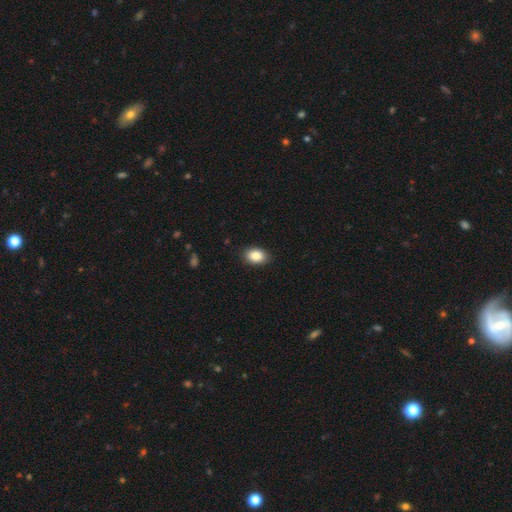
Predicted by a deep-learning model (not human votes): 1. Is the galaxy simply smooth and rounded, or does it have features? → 88% smooth, 8% star or artifact, 5% featured or disk.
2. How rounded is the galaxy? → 82% in between, 17% round, 1% cigar-shaped.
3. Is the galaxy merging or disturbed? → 88% none, 9% minor disturbance, 2% major disturbance, 1% merger.